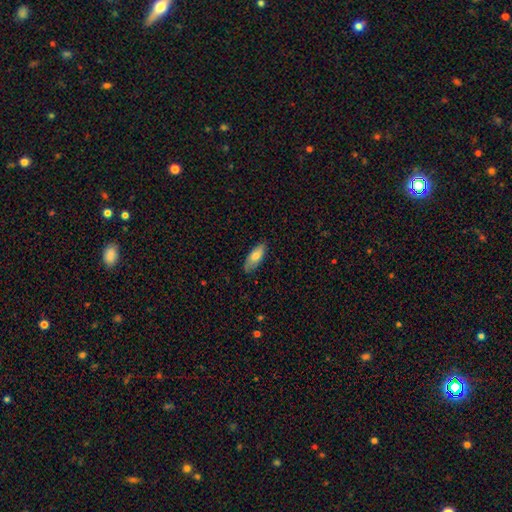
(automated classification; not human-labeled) Overall: smooth (73%). How rounded: in between (75%). Merging: none (80%).